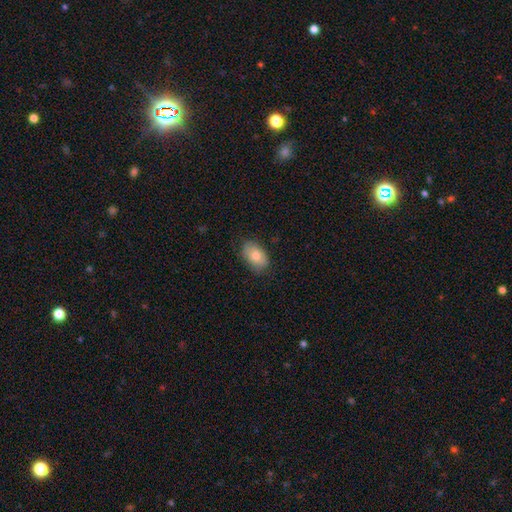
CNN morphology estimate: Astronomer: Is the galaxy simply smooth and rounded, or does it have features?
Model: smooth — 79%.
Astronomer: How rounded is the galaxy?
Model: in between — 90%.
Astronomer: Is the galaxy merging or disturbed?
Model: none — 80%.